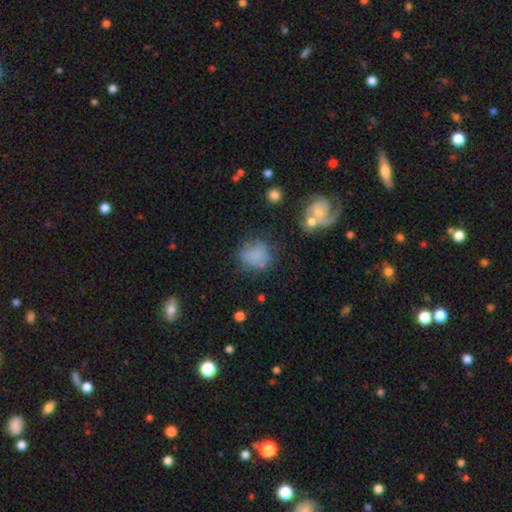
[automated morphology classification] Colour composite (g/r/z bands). It shows a smooth galaxy with no disk features (72%) that is round (69%). Merging: none (56%).